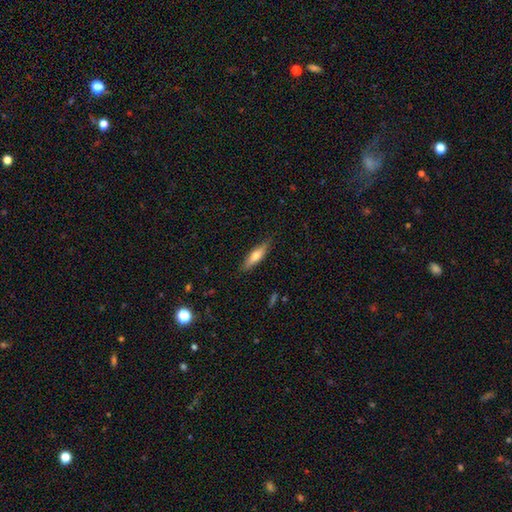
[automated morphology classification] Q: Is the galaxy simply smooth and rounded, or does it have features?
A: smooth — 59%.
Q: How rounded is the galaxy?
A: cigar-shaped — 65%.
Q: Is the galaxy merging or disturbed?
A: none — 86%.